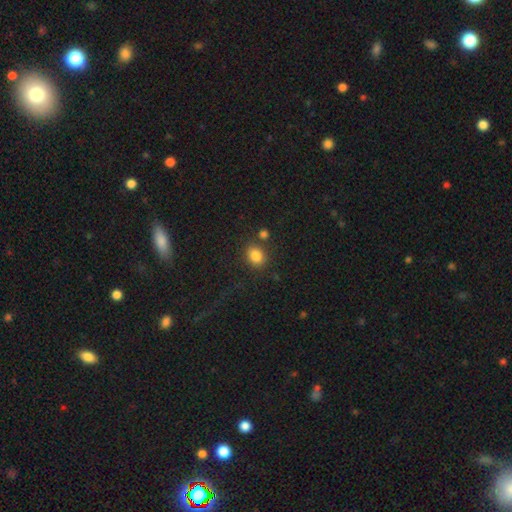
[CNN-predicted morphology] type=smooth (83%); roundness=round (54%); merging=none (75%).